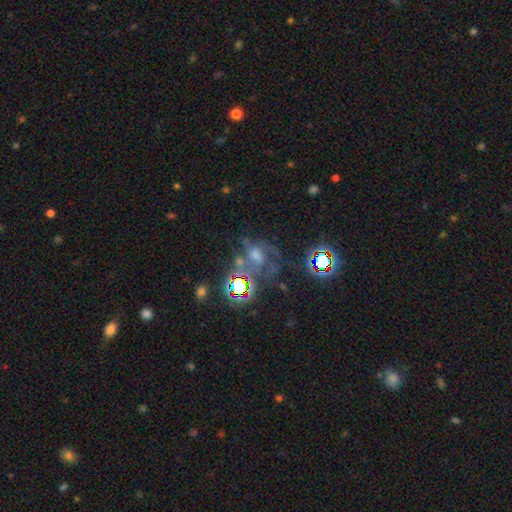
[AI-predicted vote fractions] Overall: star or artifact (42%; featured or disk 38%).